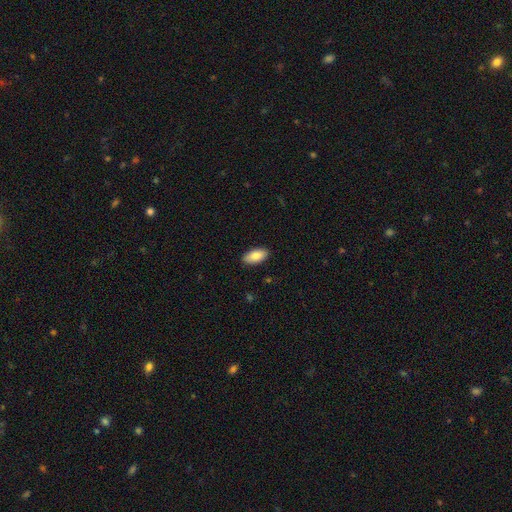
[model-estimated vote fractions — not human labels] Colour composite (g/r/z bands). It shows a smooth galaxy with no disk features (85%) that is in between round and cigar-shaped (92%). Merging: none (89%).